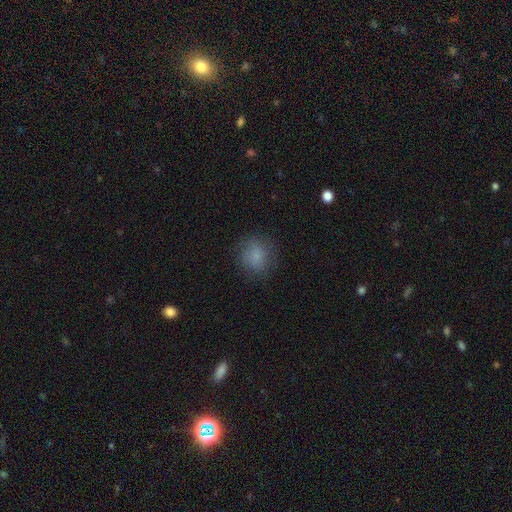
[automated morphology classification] type=smooth (81%); roundness=round (81%); merging=none (79%).